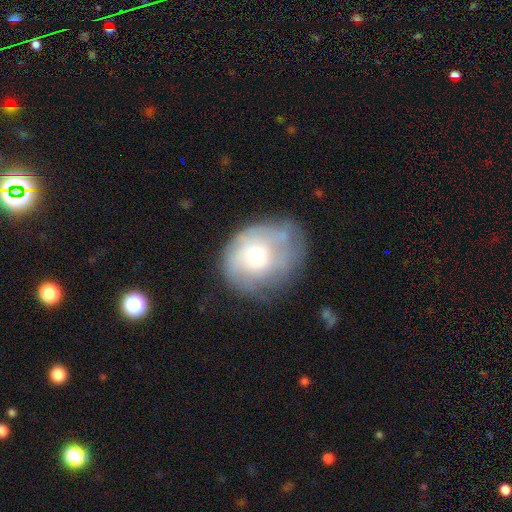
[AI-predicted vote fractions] Overall: smooth (48%; featured or disk 44%). Merging: none (45%; minor disturbance 30%).